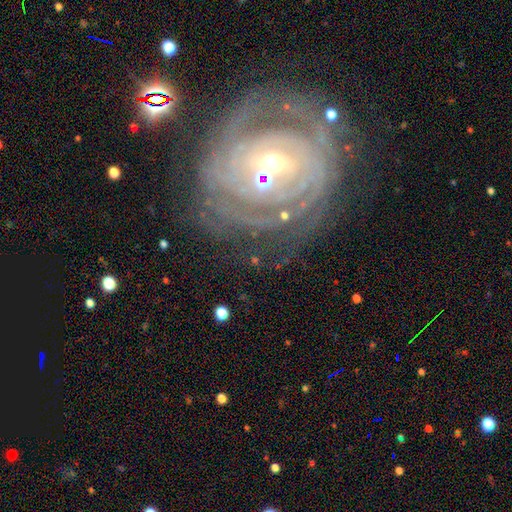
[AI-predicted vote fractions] smooth-or-featured: featured or disk: 83% | star or artifact: 10% | smooth: 8%
  disk-edge-on: no: 96% | yes: 4%
    bar: no: 38% | weak: 35% | strong: 27%
    has-spiral-arms: yes: 92% | no: 8%
      spiral-winding: tight: 79% | medium: 16% | loose: 5%
      spiral-arm-count: can't tell: 34% | 2: 17% | 3: 15% | 4: 13% | more than 4: 13% | 1: 8%
    bulge-size: small: 47% | moderate: 45% | large: 5% | none: 2% | dominant: 2%
  merging: none: 66% | minor disturbance: 16% | major disturbance: 11% | merger: 7%